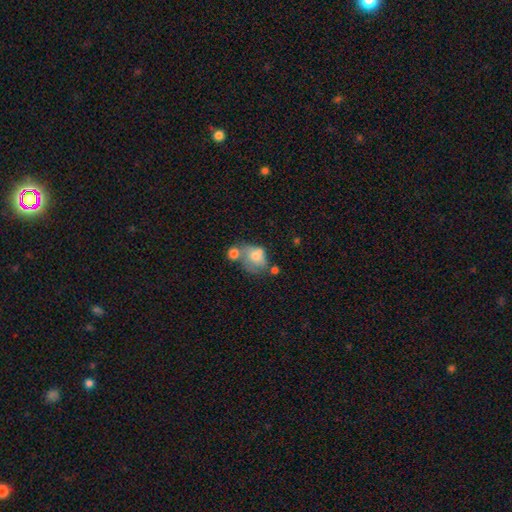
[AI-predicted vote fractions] This is likely a smooth galaxy (65%). How rounded: possibly in between (56%). Merging: marginally merger (44%).